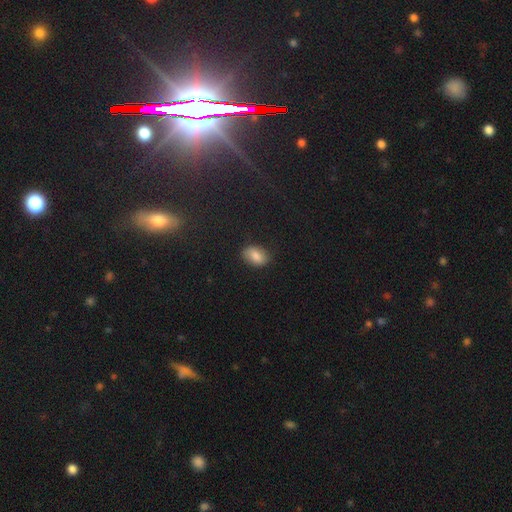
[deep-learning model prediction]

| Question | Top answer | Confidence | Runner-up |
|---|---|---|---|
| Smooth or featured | smooth | 82% | star or artifact (9%) |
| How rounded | in between | 87% | round (12%) |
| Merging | none | 81% | minor disturbance (15%) |